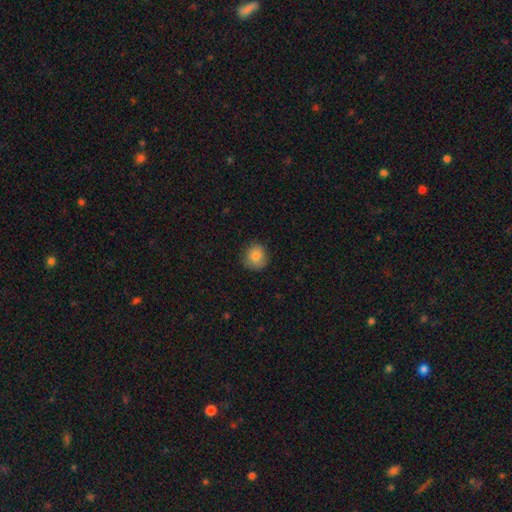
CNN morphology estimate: smooth_or_featured: smooth (p=0.83) [alt: star or artifact p=0.09]
how_rounded: round (p=0.84) [alt: in between p=0.15]
merging: none (p=0.79) [alt: minor disturbance p=0.17]